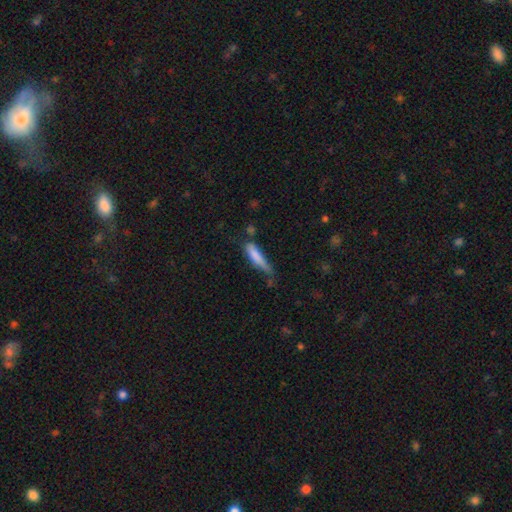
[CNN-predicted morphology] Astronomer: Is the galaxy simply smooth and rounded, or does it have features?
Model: smooth — 76%.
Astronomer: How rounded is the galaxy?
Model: cigar-shaped — 79%.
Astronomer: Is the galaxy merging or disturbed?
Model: none — 39% (runner-up: minor disturbance, 37%).